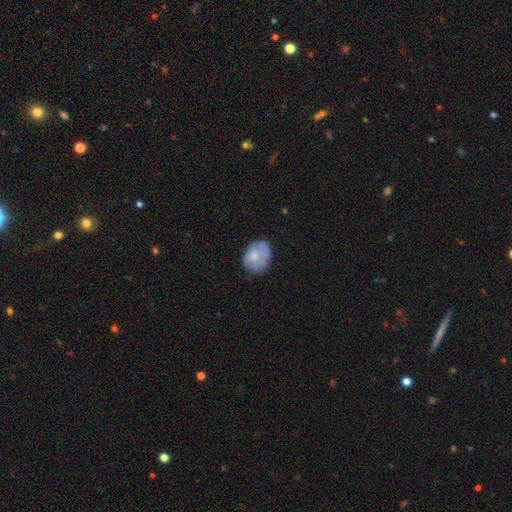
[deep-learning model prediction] Smooth or featured?
  - smooth: 59% *
  - featured or disk: 34%
  - star or artifact: 7%
How rounded?
  - in between: 55% *
  - round: 44%
  - cigar-shaped: 1%
Merging?
  - none: 58% *
  - minor disturbance: 27%
  - major disturbance: 10%
  - merger: 6%